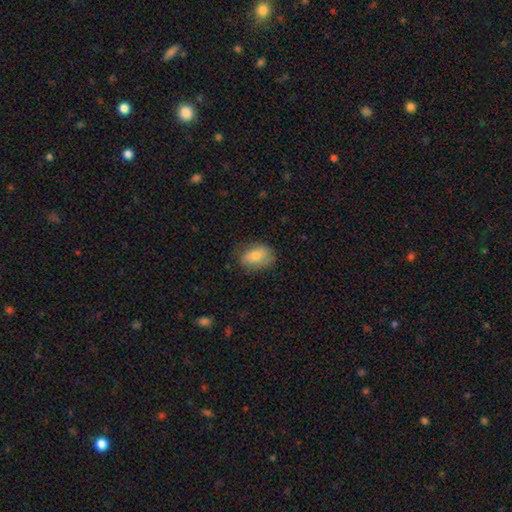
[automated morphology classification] Smooth or featured: smooth — 76% (featured or disk — 16%)
How rounded: in between — 81% (round — 17%)
Merging: none — 70% (minor disturbance — 23%)